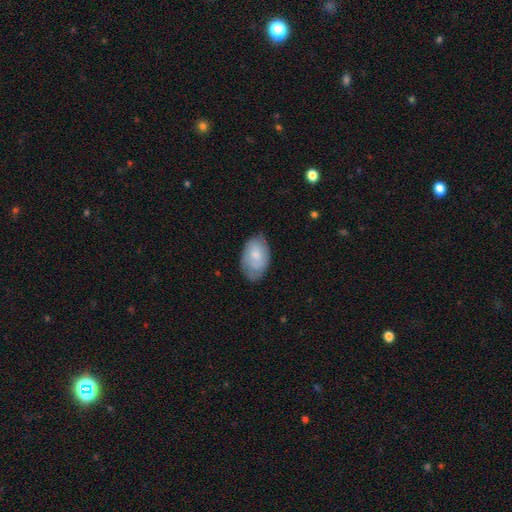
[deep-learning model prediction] Smooth or featured? Predicted: smooth (p=0.73). How rounded? Predicted: in between (p=0.91). Merging? Predicted: none (p=0.66).